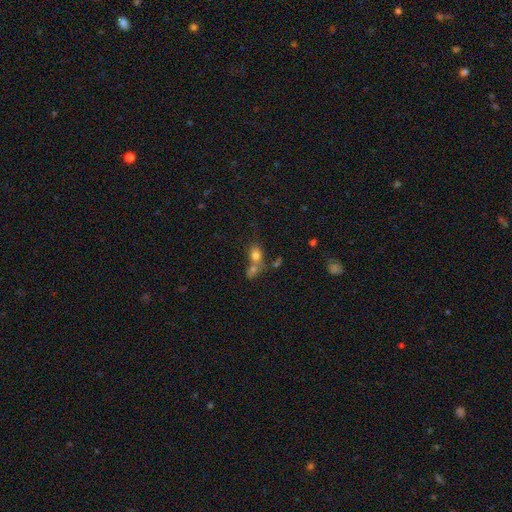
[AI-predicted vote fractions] This is likely a smooth galaxy (76%). How rounded: likely in between (61%). Merging: possibly merger (53%).